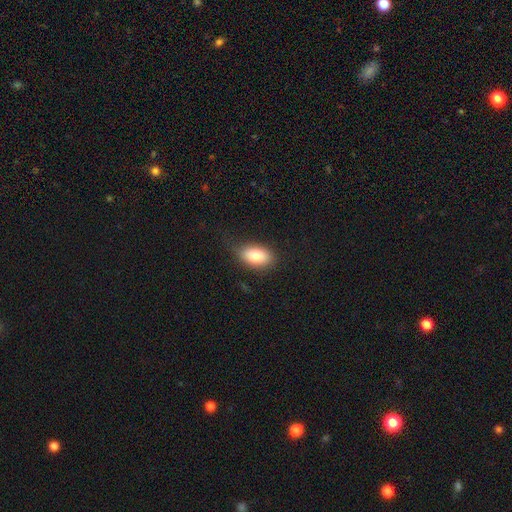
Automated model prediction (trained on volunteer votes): Smooth or featured? smooth (82%)
How rounded? in between (90%)
Merging? none (73%)